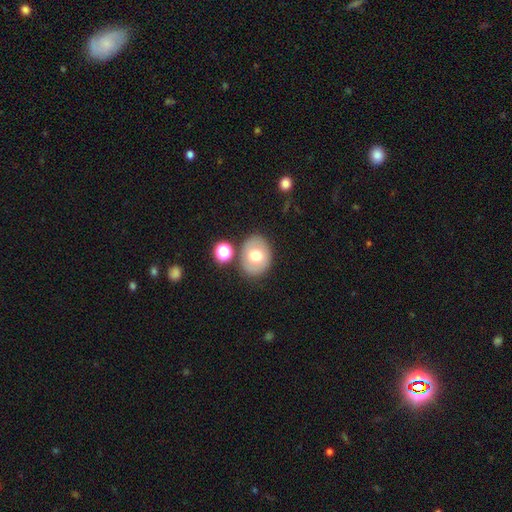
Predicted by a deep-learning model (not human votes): A smooth galaxy with no disk features (65%) that is in between round and cigar-shaped (57%).

Vote fractions:
- Smooth or featured? smooth: 65% / featured or disk: 27% / star or artifact: 9%
- How rounded? in between: 57% / round: 42% / cigar-shaped: 1%
- Merging? none: 77% / minor disturbance: 12% / merger: 7% / major disturbance: 4%